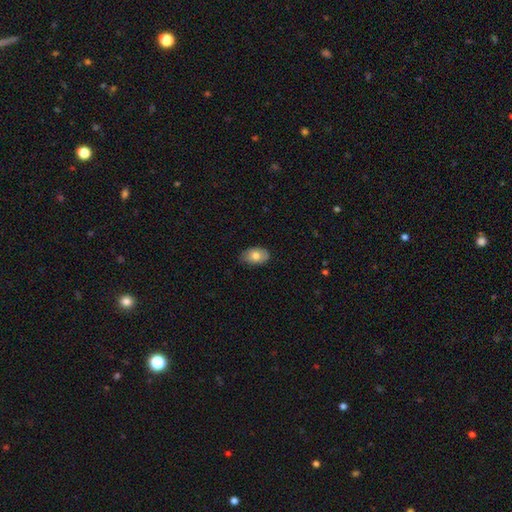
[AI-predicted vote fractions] Smooth or featured? smooth (77%)
How rounded? in between (89%)
Merging? none (80%)